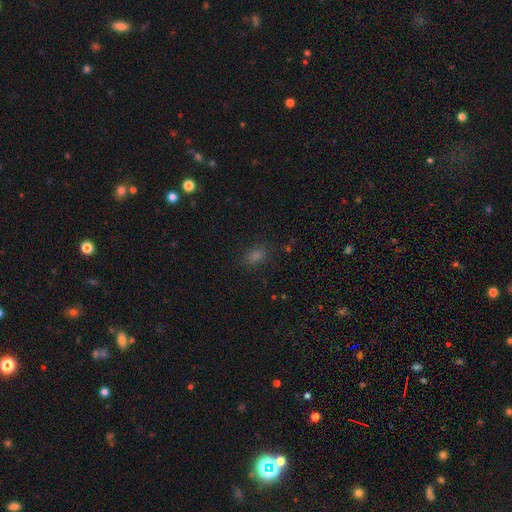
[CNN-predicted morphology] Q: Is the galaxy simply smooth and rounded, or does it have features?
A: smooth — 68%.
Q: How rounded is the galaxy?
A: in between — 65%.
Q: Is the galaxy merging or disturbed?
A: none — 85%.